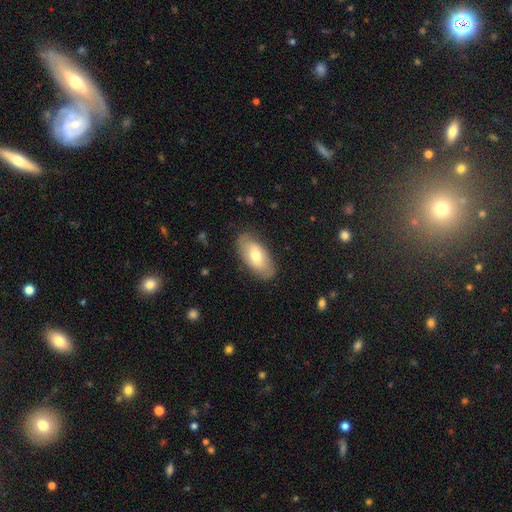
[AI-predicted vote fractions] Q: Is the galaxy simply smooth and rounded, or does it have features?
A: smooth — 64%.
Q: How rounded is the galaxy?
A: in between — 92%.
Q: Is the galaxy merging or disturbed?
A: none — 81%.